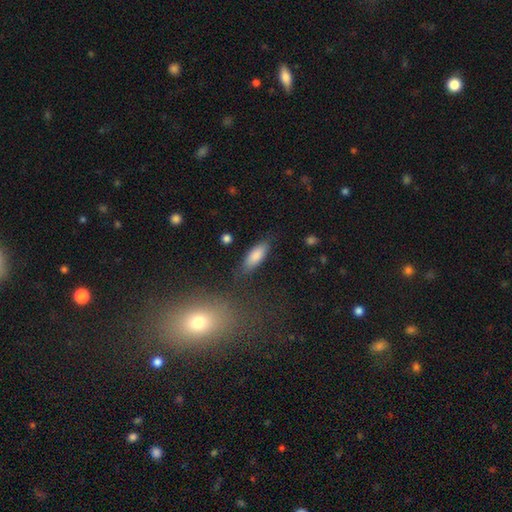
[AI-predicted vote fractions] This is clearly a smooth galaxy (83%). How rounded: likely in between (70%). Merging: likely none (78%).